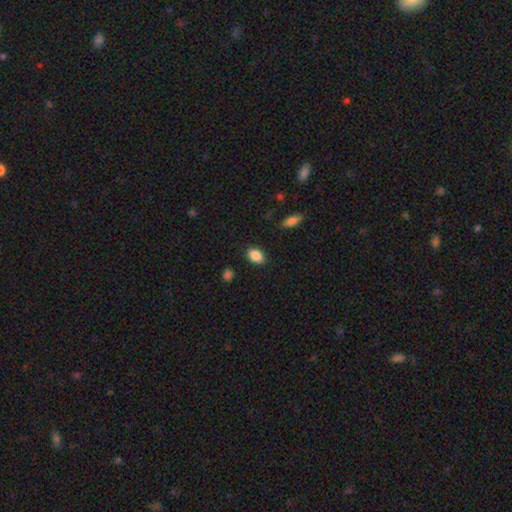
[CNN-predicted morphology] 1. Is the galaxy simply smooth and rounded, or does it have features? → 88% smooth, 8% star or artifact, 4% featured or disk.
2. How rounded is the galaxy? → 82% in between, 16% round, 2% cigar-shaped.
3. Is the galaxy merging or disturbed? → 88% none, 8% minor disturbance, 2% major disturbance, 1% merger.